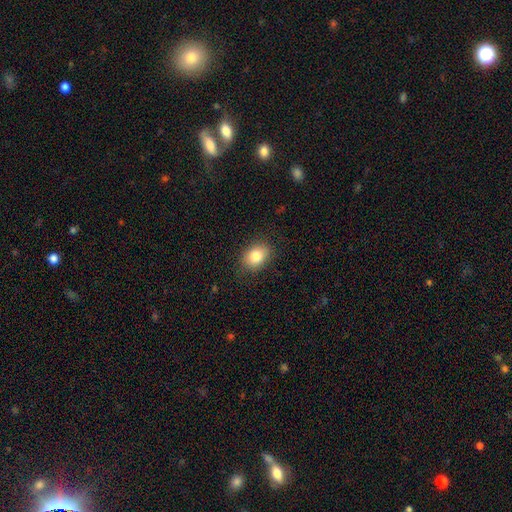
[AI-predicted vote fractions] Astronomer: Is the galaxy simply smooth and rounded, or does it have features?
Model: smooth — 82%.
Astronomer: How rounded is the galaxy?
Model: in between — 66%.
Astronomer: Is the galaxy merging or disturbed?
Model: none — 84%.